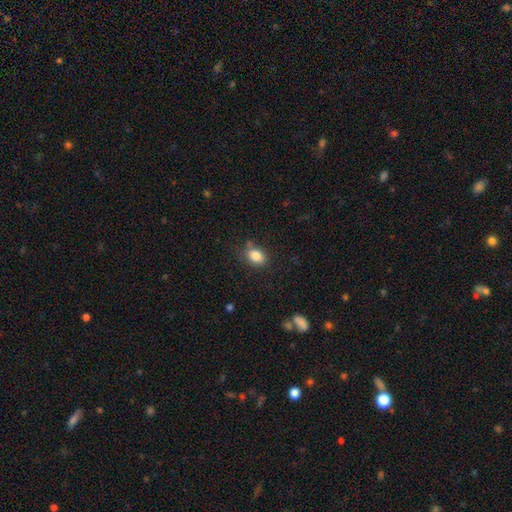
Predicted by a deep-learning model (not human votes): smooth_or_featured: smooth (p=0.84) [alt: star or artifact p=0.09]
how_rounded: in between (p=0.70) [alt: round p=0.29]
merging: none (p=0.71) [alt: minor disturbance p=0.20]